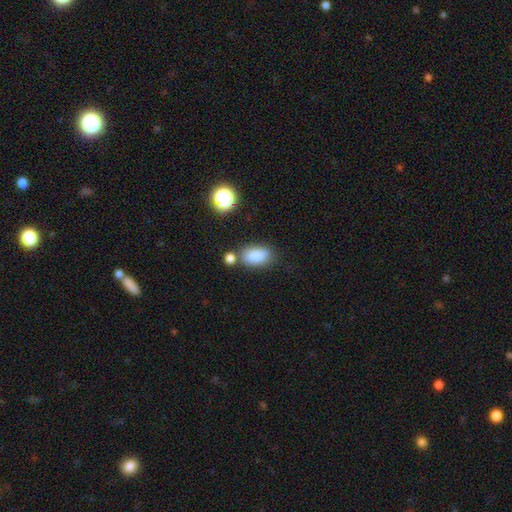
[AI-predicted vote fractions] This appears to be a smooth galaxy with no disk features (85%) that is in between round and cigar-shaped (89%). Merging: none (65%).